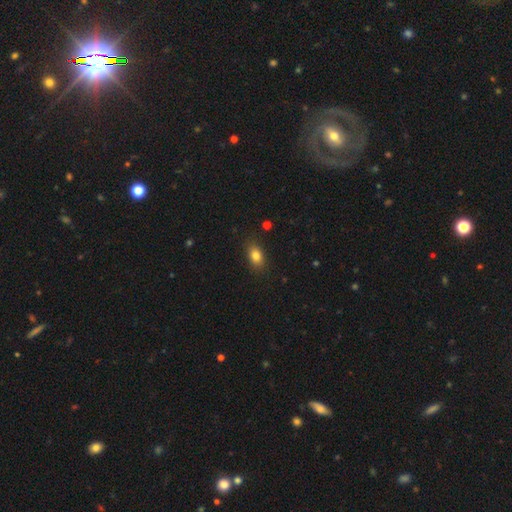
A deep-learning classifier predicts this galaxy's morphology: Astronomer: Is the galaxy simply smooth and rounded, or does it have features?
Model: smooth — 82%.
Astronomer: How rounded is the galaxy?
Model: in between — 82%.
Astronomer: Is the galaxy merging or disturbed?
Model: none — 86%.